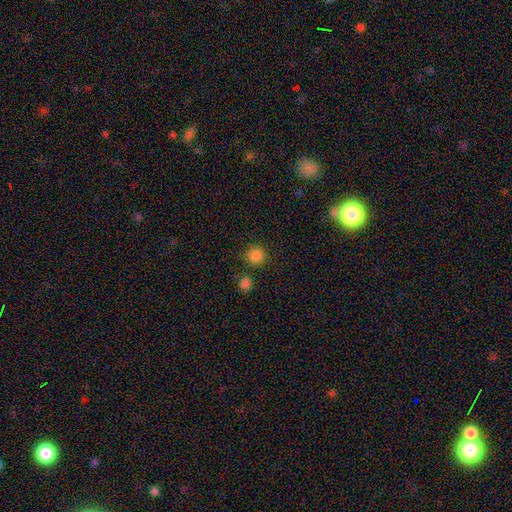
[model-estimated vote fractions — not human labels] smooth_or_featured: smooth (p=0.85) [alt: star or artifact p=0.12]
how_rounded: round (p=0.93) [alt: in between p=0.06]
merging: none (p=0.82) [alt: minor disturbance p=0.07]